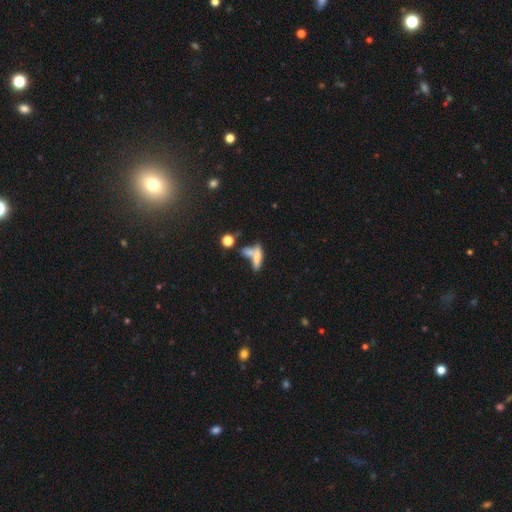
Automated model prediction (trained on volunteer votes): smooth_or_featured: smooth (p=0.61) [alt: featured or disk p=0.26]
how_rounded: cigar-shaped (p=0.48) [alt: in between p=0.44]
merging: merger (p=0.44) [alt: none p=0.30]